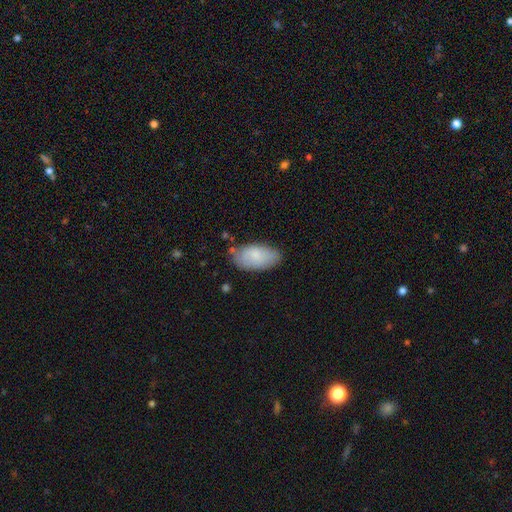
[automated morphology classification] A smooth galaxy with no disk features (79%) that is in between round and cigar-shaped (95%).

Vote fractions:
- Smooth or featured? smooth: 79% / featured or disk: 15% / star or artifact: 6%
- How rounded? in between: 95% / round: 3% / cigar-shaped: 2%
- Merging? none: 68% / minor disturbance: 25% / major disturbance: 5% / merger: 3%